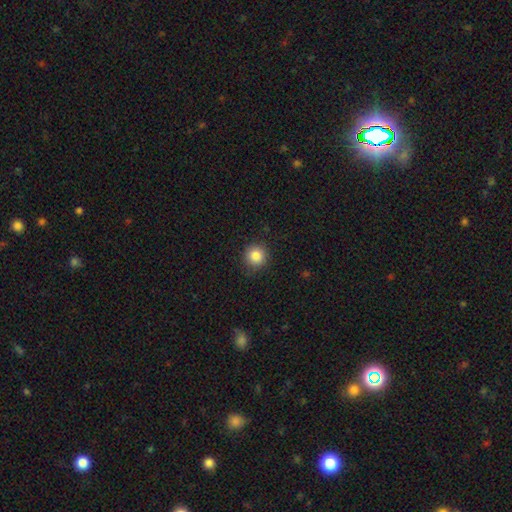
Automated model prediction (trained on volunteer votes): smooth 85%, star or artifact 11%, featured or disk 5%. Down the decision tree: how rounded — round (93%); merging — none (88%).